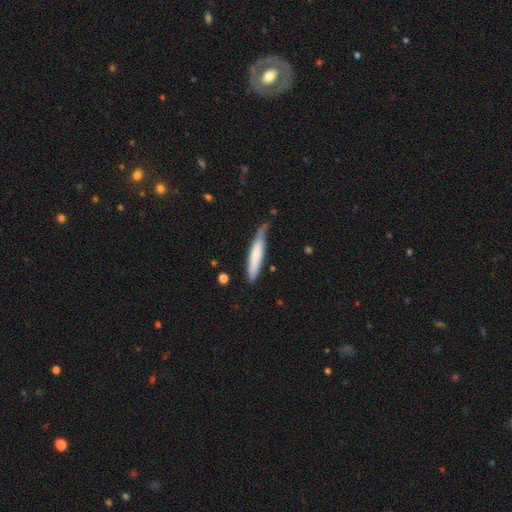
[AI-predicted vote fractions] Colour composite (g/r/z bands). It shows a smooth galaxy with no disk features (68%) that is cigar-shaped (86%). Merging: none (55%).